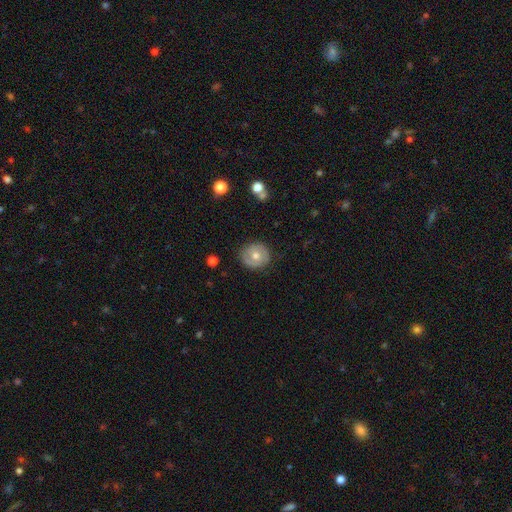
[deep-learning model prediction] A smooth galaxy with no disk features (54%) that is round (86%).

Vote fractions:
- Smooth or featured? smooth: 54% / featured or disk: 37% / star or artifact: 8%
- How rounded? round: 86% / in between: 13% / cigar-shaped: 1%
- Merging? none: 84% / minor disturbance: 12% / major disturbance: 3% / merger: 1%